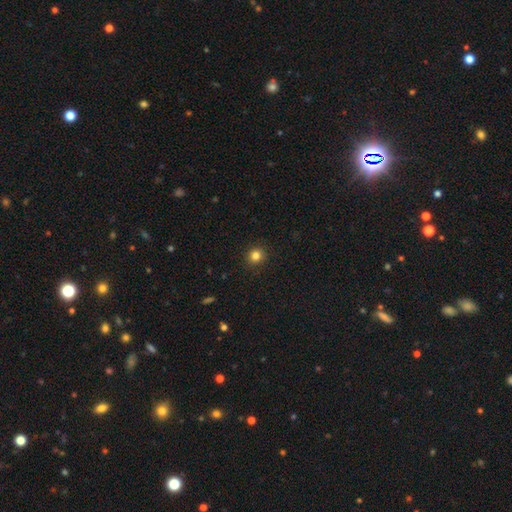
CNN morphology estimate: Smooth or featured? smooth (83%)
How rounded? round (90%)
Merging? none (91%)